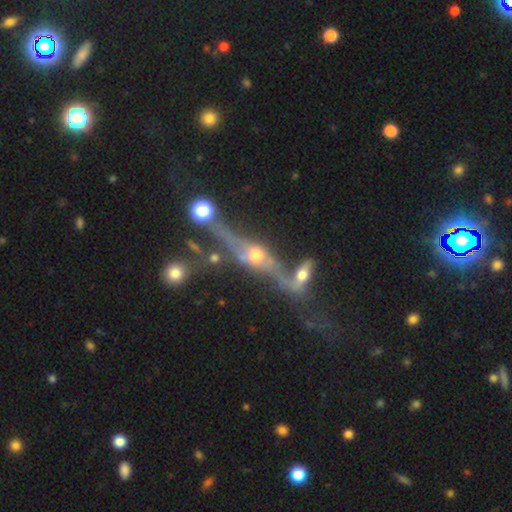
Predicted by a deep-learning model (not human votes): Q: Smooth or featured?
A: featured or disk (72%); runner-up: smooth (15%)
Q: Edge-on disk?
A: yes (70%); runner-up: no (30%)
Q: Edge-on bulge?
A: rounded (90%); runner-up: boxy (6%)
Q: Merging?
A: merger (36%); runner-up: none (34%)